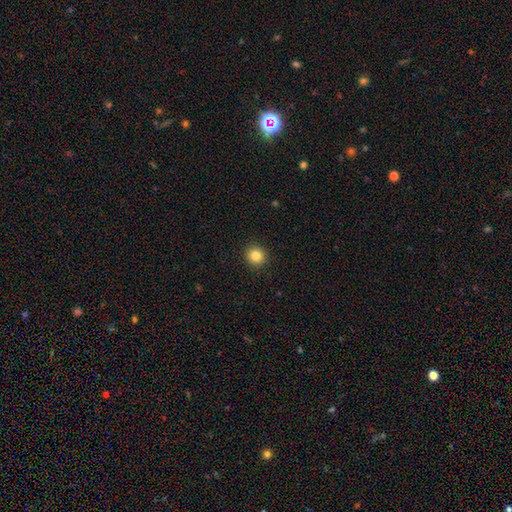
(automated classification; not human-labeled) Overall: smooth (84%). How rounded: round (88%). Merging: none (92%).